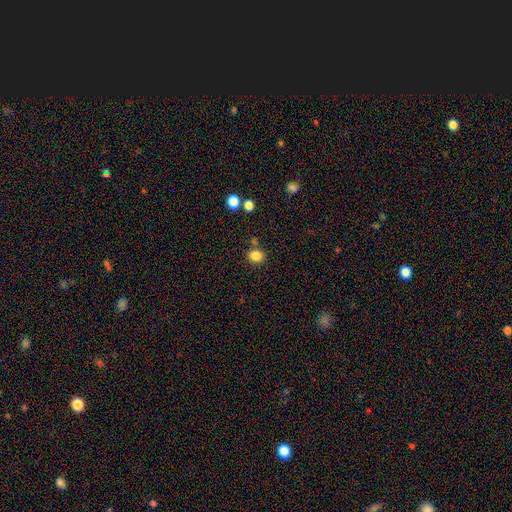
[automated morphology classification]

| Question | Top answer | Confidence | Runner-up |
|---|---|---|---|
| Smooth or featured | smooth | 84% | star or artifact (11%) |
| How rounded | round | 62% | in between (37%) |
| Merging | none | 77% | minor disturbance (12%) |